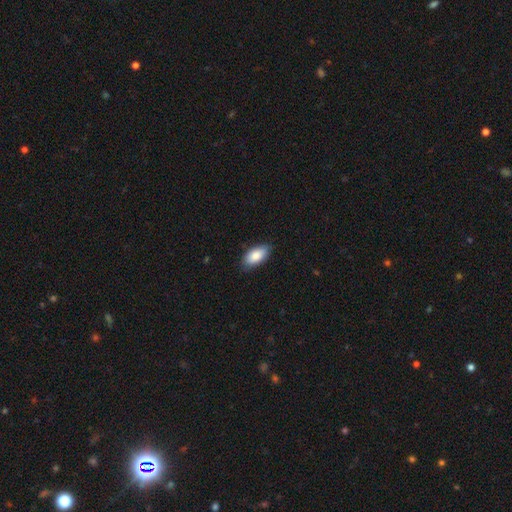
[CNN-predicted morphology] This appears to be a smooth galaxy with no disk features (86%) that is in between round and cigar-shaped (92%). Merging: none (82%).